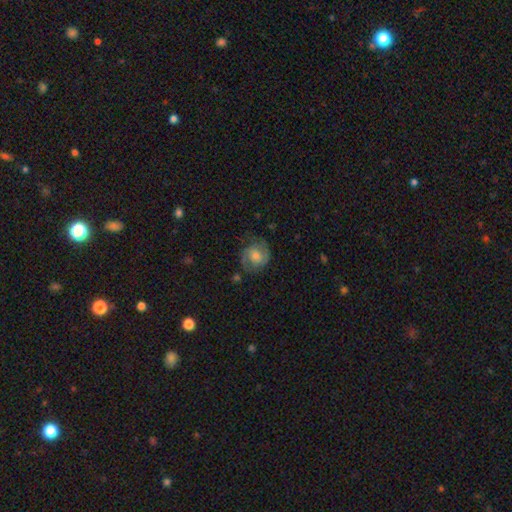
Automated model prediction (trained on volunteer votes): Q: Smooth or featured?
A: featured or disk (64%); runner-up: smooth (28%)
Q: Edge-on disk?
A: no (98%); runner-up: yes (2%)
Q: Bar?
A: no (58%); runner-up: weak (35%)
Q: Spiral arms?
A: yes (90%); runner-up: no (10%)
Q: Spiral winding?
A: medium (45%); runner-up: tight (40%)
Q: Spiral arm count?
A: 2 (85%); runner-up: can't tell (8%)
Q: Bulge size?
A: moderate (50%); runner-up: small (29%)
Q: Merging?
A: none (73%); runner-up: minor disturbance (18%)